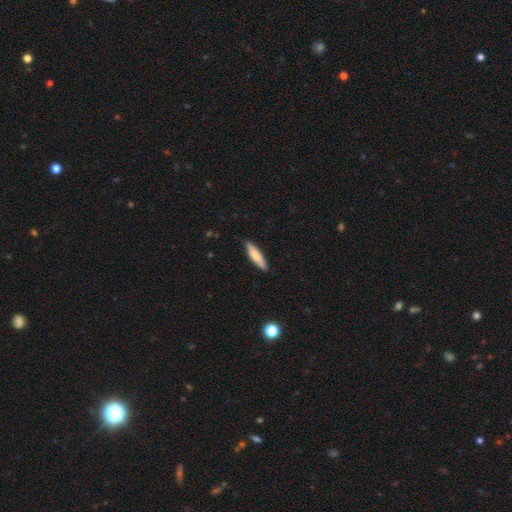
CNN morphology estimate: Smooth or featured?
  - smooth: 72% *
  - featured or disk: 23%
  - star or artifact: 5%
How rounded?
  - cigar-shaped: 74% *
  - in between: 24%
  - round: 2%
Merging?
  - none: 88% *
  - minor disturbance: 9%
  - major disturbance: 2%
  - merger: 1%